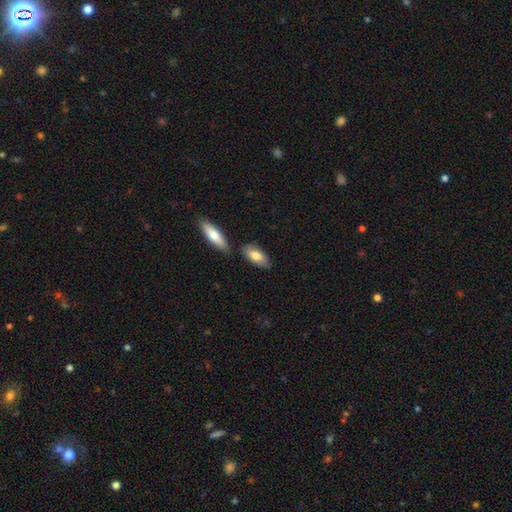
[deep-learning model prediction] Overall: smooth (76%). How rounded: in between (86%). Merging: none (74%).